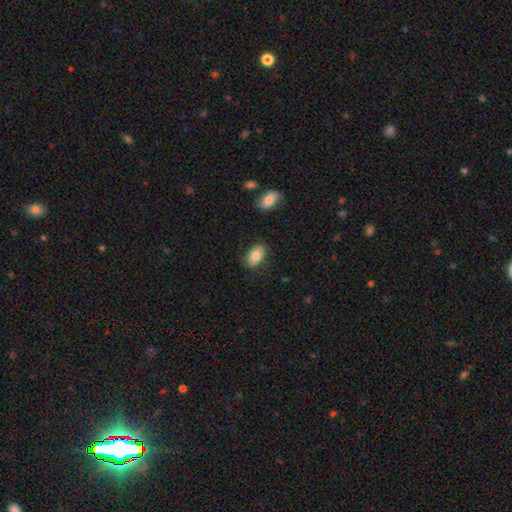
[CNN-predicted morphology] The model was most divided on "merging": none: 80%, minor disturbance: 14%, major disturbance: 3%, merger: 2%. More confident: how rounded — in between (90%); smooth or featured — smooth (80%).